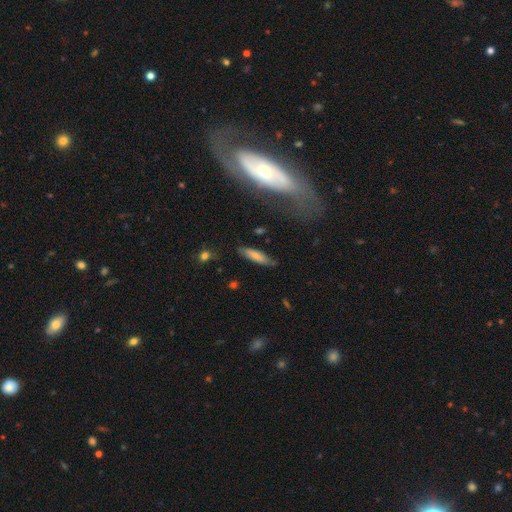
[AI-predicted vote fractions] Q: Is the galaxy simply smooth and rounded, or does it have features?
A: smooth — 72%.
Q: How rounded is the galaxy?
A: cigar-shaped — 73%.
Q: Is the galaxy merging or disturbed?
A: none — 80%.